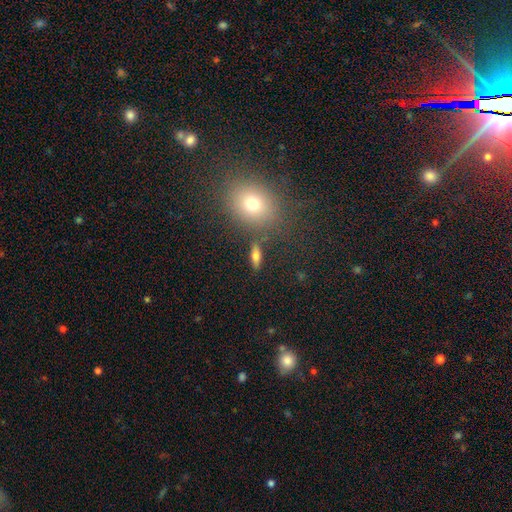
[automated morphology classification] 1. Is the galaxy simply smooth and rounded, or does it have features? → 68% smooth, 20% featured or disk, 11% star or artifact.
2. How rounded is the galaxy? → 52% in between, 40% cigar-shaped, 9% round.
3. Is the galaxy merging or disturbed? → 81% none, 10% minor disturbance, 5% merger, 4% major disturbance.